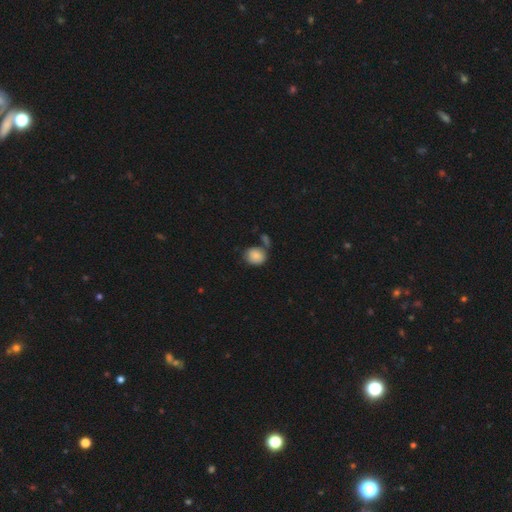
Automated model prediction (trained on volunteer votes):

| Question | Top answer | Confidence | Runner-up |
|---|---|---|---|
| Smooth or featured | smooth | 86% | star or artifact (8%) |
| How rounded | round | 62% | in between (37%) |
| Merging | none | 57% | merger (19%) |